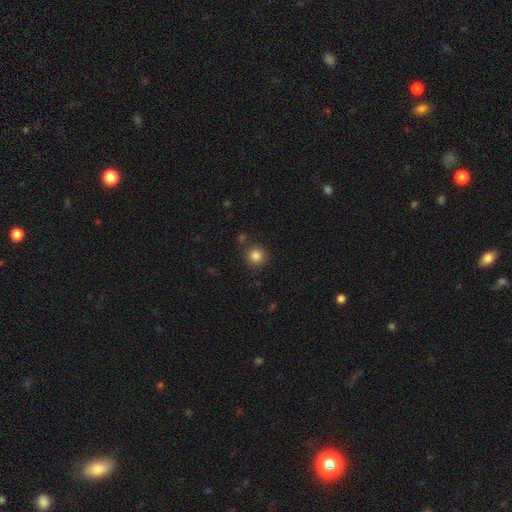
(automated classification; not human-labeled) smooth-or-featured: smooth: 85% | star or artifact: 11% | featured or disk: 4%
  how-rounded: round: 93% | in between: 6% | cigar-shaped: 1%
  merging: none: 85% | minor disturbance: 8% | merger: 5% | major disturbance: 3%